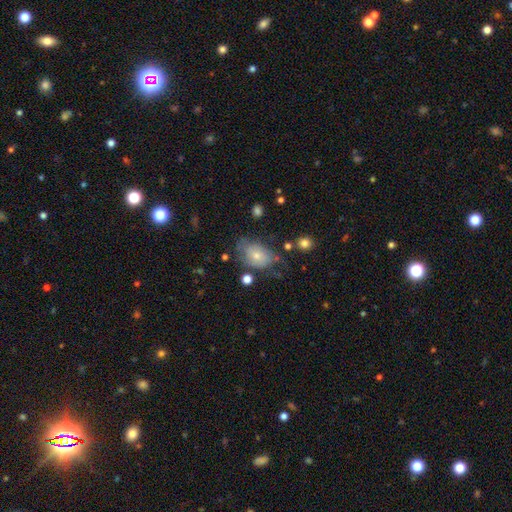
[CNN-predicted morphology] A featured or disk galaxy (44%).

Vote fractions:
- Smooth or featured? featured or disk: 44% / smooth: 43% / star or artifact: 12%
- Merging? none: 56% / minor disturbance: 27% / major disturbance: 13% / merger: 4%